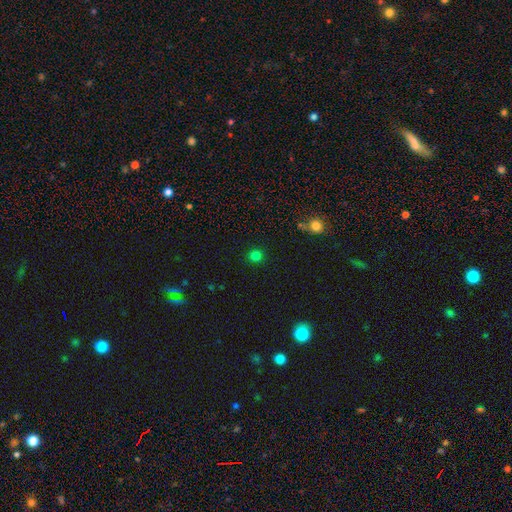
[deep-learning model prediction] A smooth galaxy with no disk features (79%) that is round (92%). Merging: none (90%).